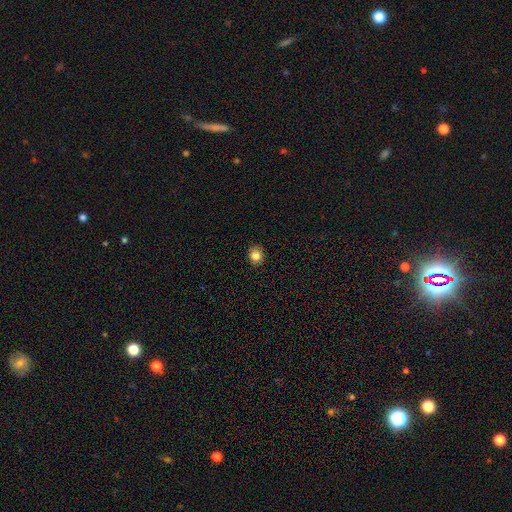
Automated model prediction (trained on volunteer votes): A smooth galaxy with no disk features (82%) that is round (78%). Merging: none (90%).